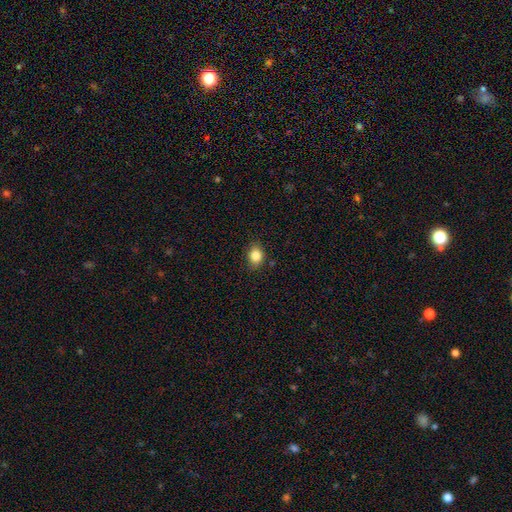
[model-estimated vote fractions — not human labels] Q: Smooth or featured?
A: smooth (85%); runner-up: star or artifact (10%)
Q: How rounded?
A: in between (53%); runner-up: round (46%)
Q: Merging?
A: none (84%); runner-up: minor disturbance (12%)